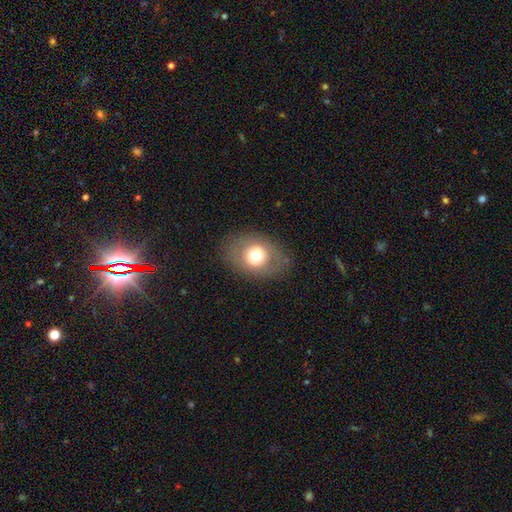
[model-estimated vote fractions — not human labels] This is likely a smooth galaxy (66%). How rounded: possibly in between (60%). Merging: clearly none (82%).